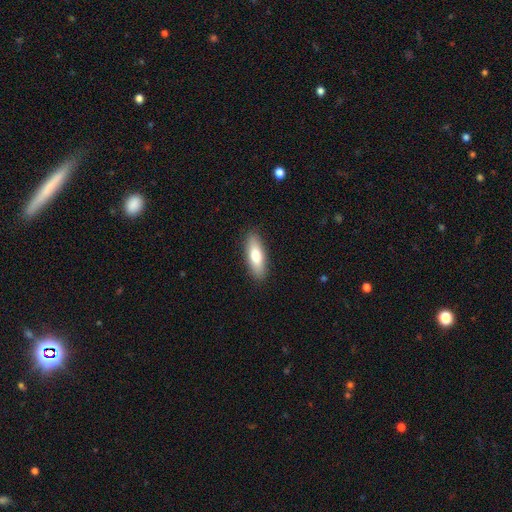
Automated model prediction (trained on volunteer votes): Smooth or featured? smooth (74%)
How rounded? in between (59%)
Merging? none (89%)